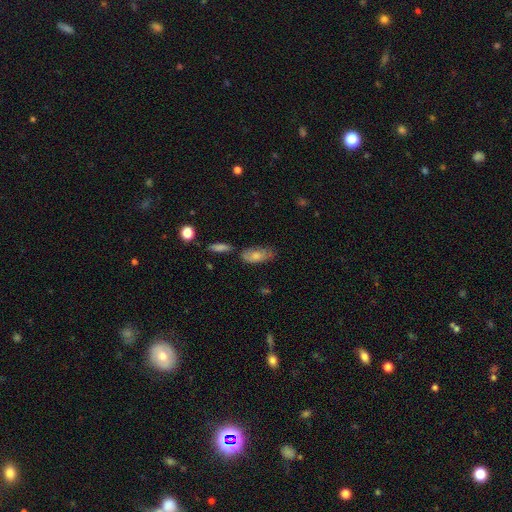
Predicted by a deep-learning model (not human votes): Smooth or featured: smooth — 70% (featured or disk — 23%)
How rounded: in between — 85% (cigar-shaped — 11%)
Merging: none — 58% (minor disturbance — 26%)